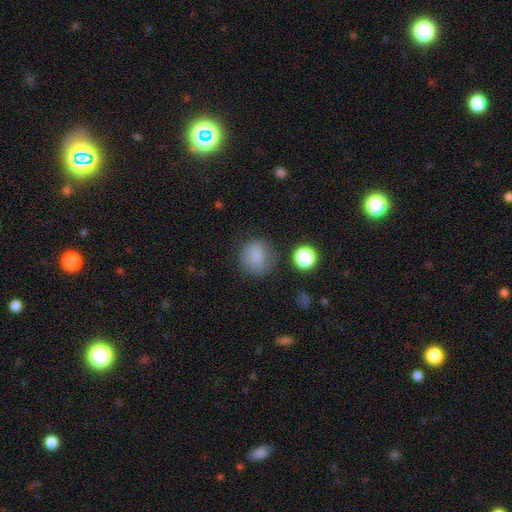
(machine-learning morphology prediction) smooth-or-featured: smooth: 81% | star or artifact: 12% | featured or disk: 7%
  how-rounded: round: 84% | in between: 15% | cigar-shaped: 1%
  merging: none: 73% | minor disturbance: 17% | major disturbance: 7% | merger: 3%